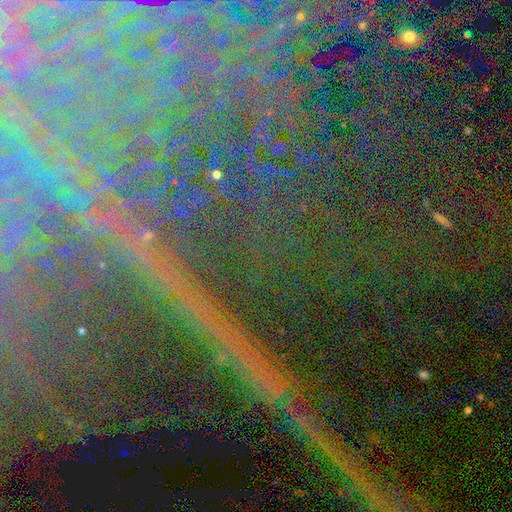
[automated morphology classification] Smooth or featured?
  - star or artifact: 81% *
  - featured or disk: 12%
  - smooth: 7%